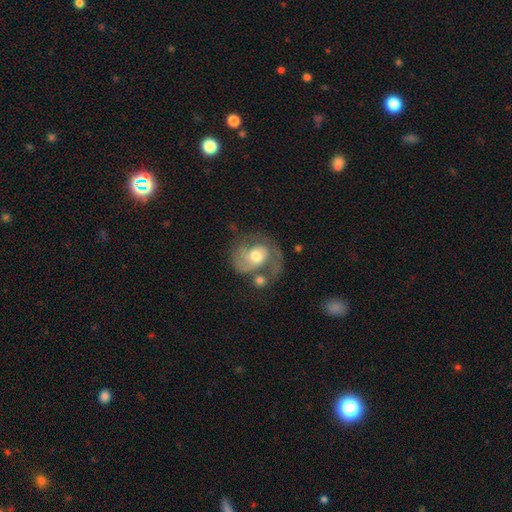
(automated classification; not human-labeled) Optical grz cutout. It shows a featured or disk galaxy (76%) with no bar (64%), 2 (62%) medium (47%) spiral arms (90%) and a moderate central bulge (70%). Merging: none (38%).